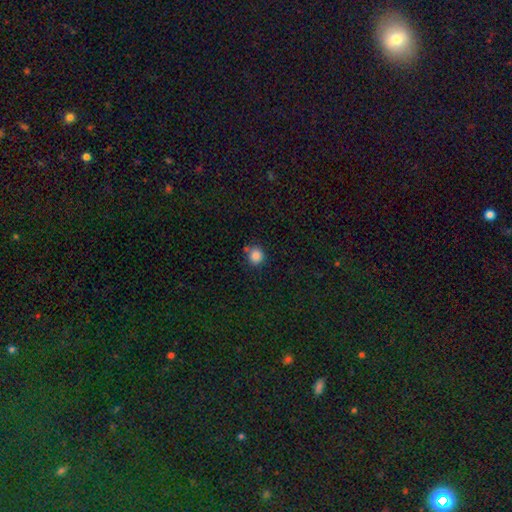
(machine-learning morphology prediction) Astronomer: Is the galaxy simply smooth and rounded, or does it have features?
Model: smooth — 85%.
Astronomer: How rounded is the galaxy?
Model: round — 87%.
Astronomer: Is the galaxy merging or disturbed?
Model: none — 72%.